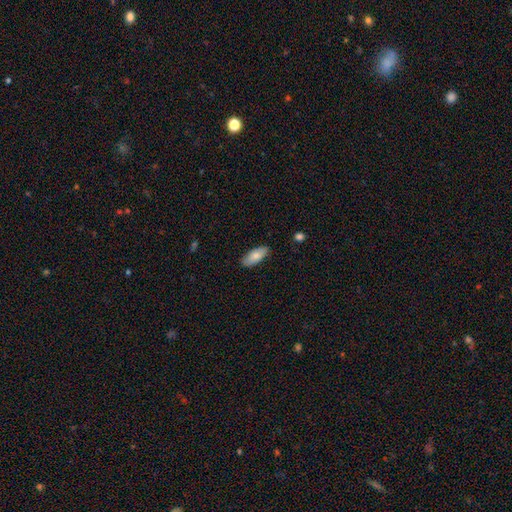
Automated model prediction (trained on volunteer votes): Q: Smooth or featured?
A: smooth (79%); runner-up: featured or disk (15%)
Q: How rounded?
A: in between (83%); runner-up: cigar-shaped (15%)
Q: Merging?
A: none (86%); runner-up: minor disturbance (11%)